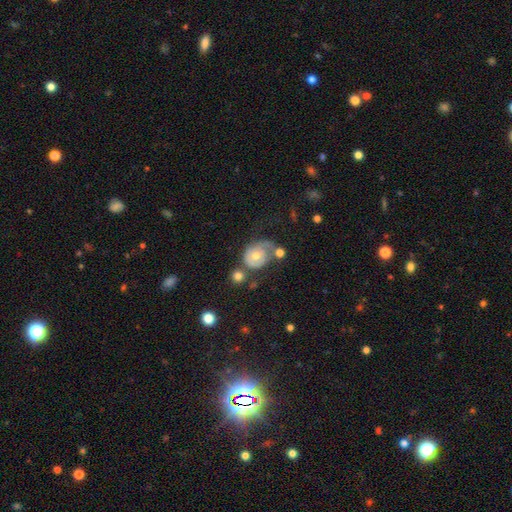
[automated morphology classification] Smooth or featured? Predicted: featured or disk (p=0.50). Edge-on disk? Predicted: no (p=0.97). Merging? Predicted: none (p=0.36).